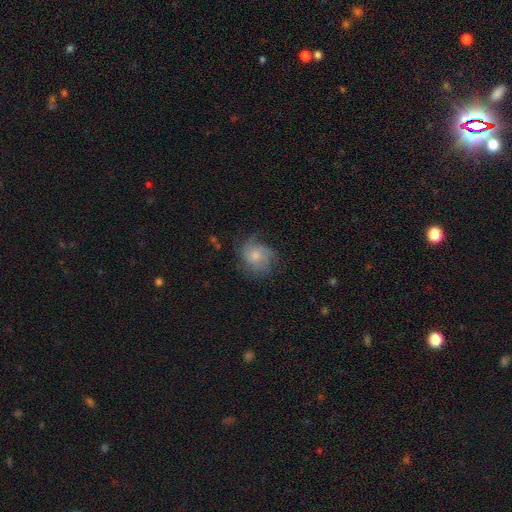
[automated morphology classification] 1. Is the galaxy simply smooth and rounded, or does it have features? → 56% featured or disk, 35% smooth, 9% star or artifact.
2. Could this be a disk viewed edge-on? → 98% no, 2% yes.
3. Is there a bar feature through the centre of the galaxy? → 80% no, 18% weak, 2% strong.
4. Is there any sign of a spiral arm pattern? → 86% yes, 14% no.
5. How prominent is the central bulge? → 46% small, 43% moderate, 6% none, 4% large, 1% dominant.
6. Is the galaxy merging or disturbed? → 59% none, 24% minor disturbance, 16% major disturbance, 1% merger.